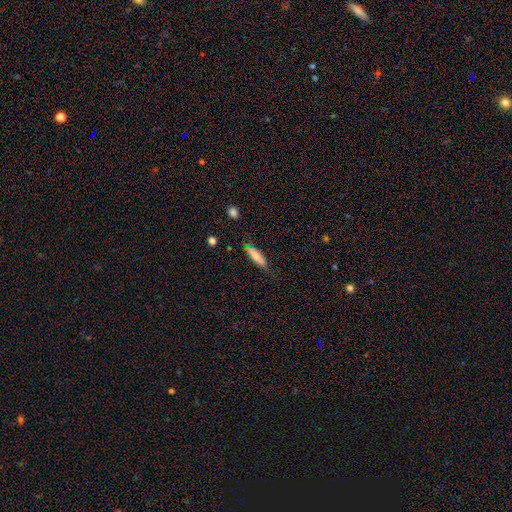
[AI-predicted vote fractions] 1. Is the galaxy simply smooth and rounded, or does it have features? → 78% smooth, 15% featured or disk, 7% star or artifact.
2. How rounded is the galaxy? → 56% cigar-shaped, 42% in between, 2% round.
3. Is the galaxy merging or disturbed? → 72% none, 21% minor disturbance, 5% major disturbance, 3% merger.